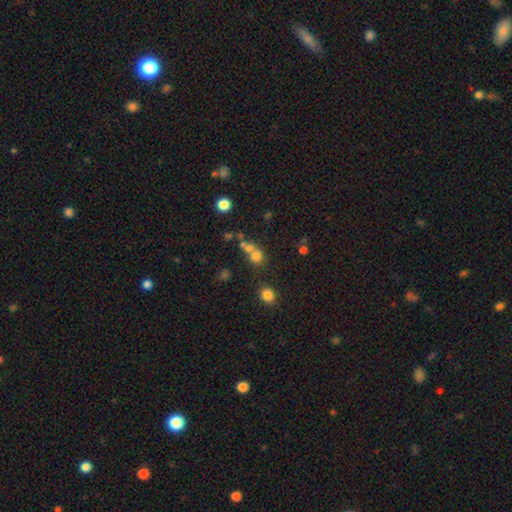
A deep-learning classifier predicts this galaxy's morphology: smooth-or-featured: smooth: 69% | star or artifact: 18% | featured or disk: 13%
  how-rounded: round: 83% | in between: 16% | cigar-shaped: 1%
  merging: merger: 45% | none: 43% | minor disturbance: 8% | major disturbance: 4%